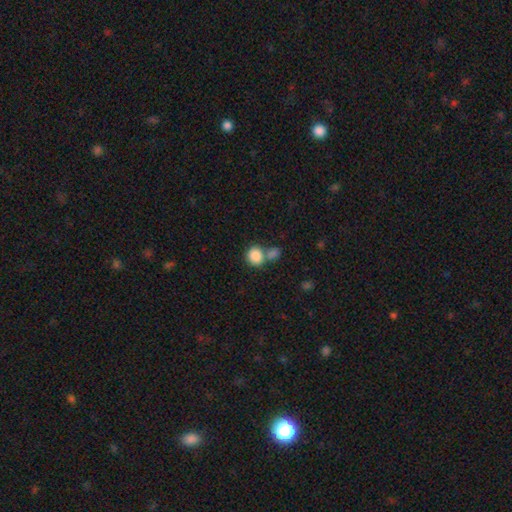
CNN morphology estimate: smooth_or_featured: smooth (p=0.86) [alt: star or artifact p=0.08]
how_rounded: round (p=0.77) [alt: in between p=0.22]
merging: none (p=0.47) [alt: merger p=0.41]